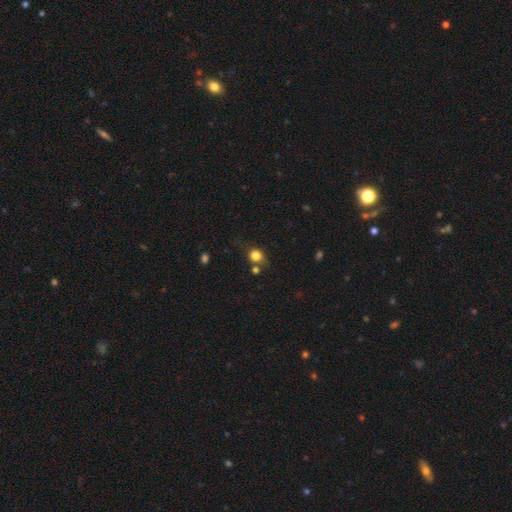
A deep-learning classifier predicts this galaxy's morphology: Smooth or featured?
  - smooth: 80% *
  - star or artifact: 13%
  - featured or disk: 7%
How rounded?
  - round: 77% *
  - in between: 22%
  - cigar-shaped: 1%
Merging?
  - none: 66% *
  - minor disturbance: 16%
  - merger: 12%
  - major disturbance: 6%